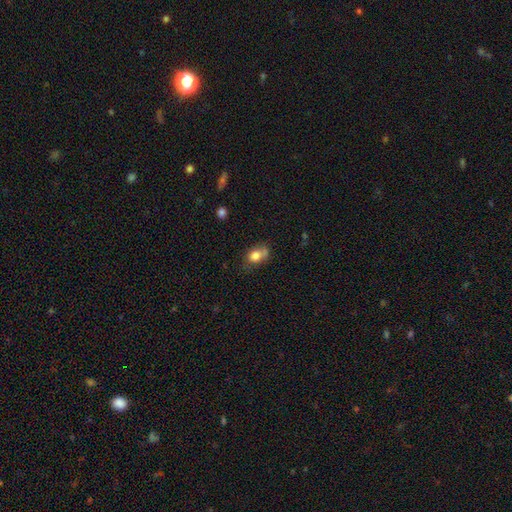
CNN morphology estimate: A smooth galaxy with no disk features (78%) that is in between round and cigar-shaped (67%).

Vote fractions:
- Smooth or featured? smooth: 78% / featured or disk: 12% / star or artifact: 9%
- How rounded? in between: 67% / round: 31% / cigar-shaped: 2%
- Merging? none: 45% / minor disturbance: 32% / major disturbance: 12% / merger: 11%